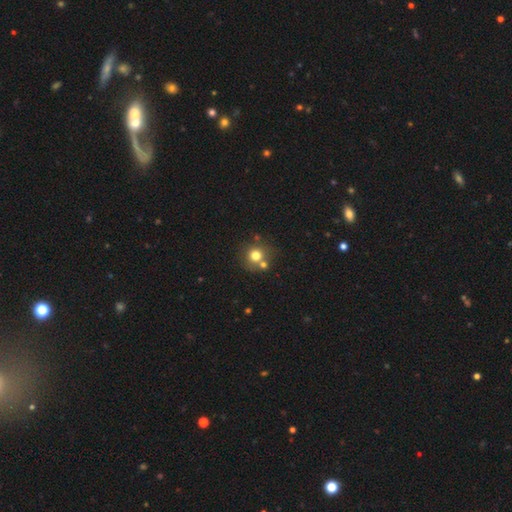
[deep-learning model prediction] smooth_or_featured: smooth (p=0.74) [alt: star or artifact p=0.14]
how_rounded: round (p=0.88) [alt: in between p=0.11]
merging: none (p=0.62) [alt: merger p=0.25]